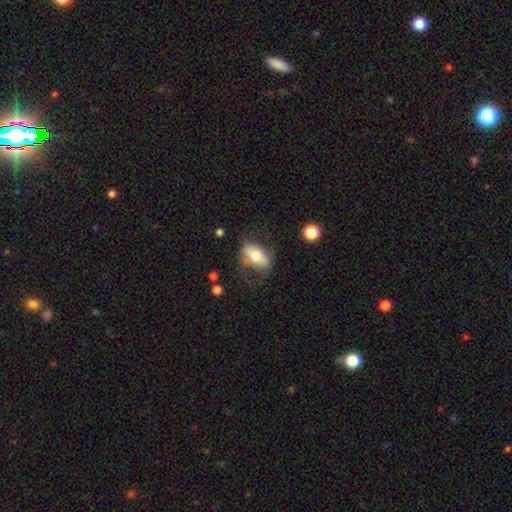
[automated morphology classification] Smooth or featured?
  - smooth: 55% *
  - featured or disk: 38%
  - star or artifact: 7%
How rounded?
  - in between: 86% *
  - round: 9%
  - cigar-shaped: 5%
Merging?
  - none: 53% *
  - minor disturbance: 23%
  - major disturbance: 21%
  - merger: 3%